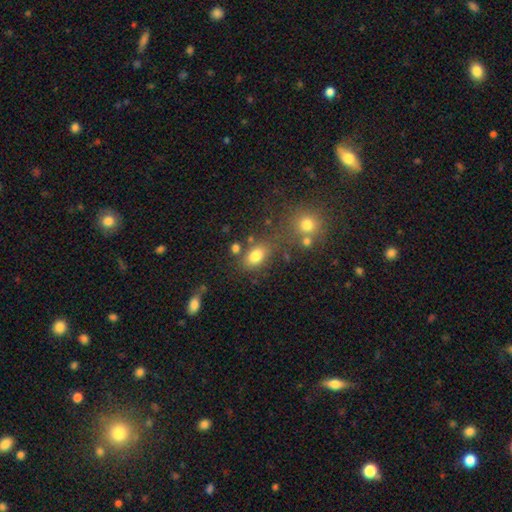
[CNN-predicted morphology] Overall: smooth (80%). How rounded: in between (81%). Merging: none (65%).